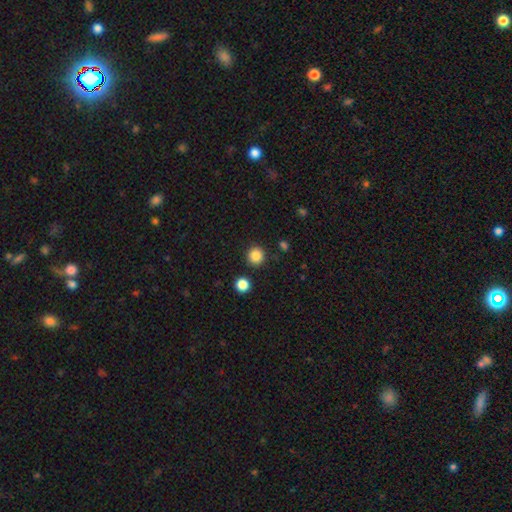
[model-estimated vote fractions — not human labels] Morphology: type=smooth (86%); roundness=round (92%); merging=none (89%).